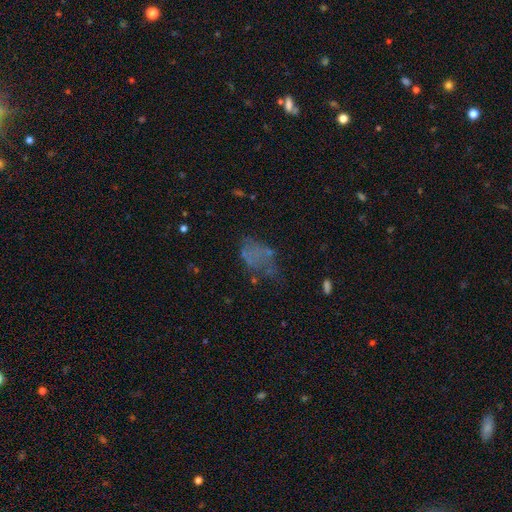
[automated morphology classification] Smooth or featured: smooth — 42% (featured or disk — 35%)
Merging: none — 38% (major disturbance — 31%)